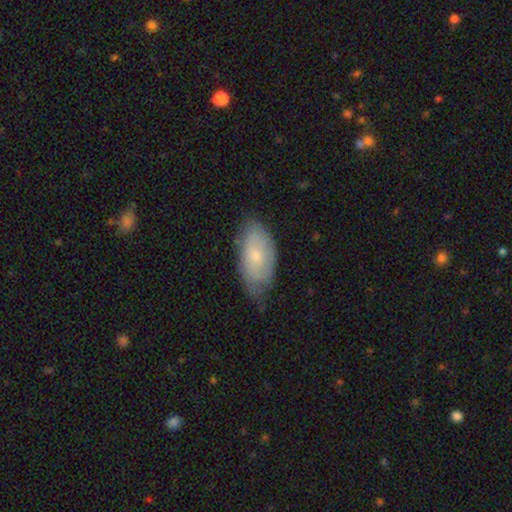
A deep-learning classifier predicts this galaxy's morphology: smooth_or_featured: smooth (p=0.61) [alt: featured or disk p=0.33]
how_rounded: in between (p=0.93) [alt: cigar-shaped p=0.04]
merging: none (p=0.60) [alt: minor disturbance p=0.32]